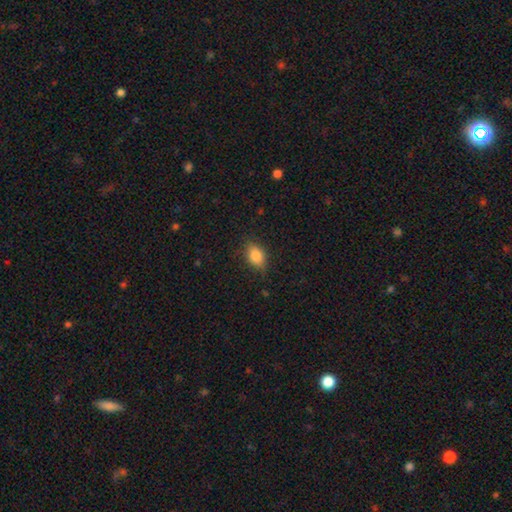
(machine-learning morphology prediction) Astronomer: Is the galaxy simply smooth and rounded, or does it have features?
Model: smooth — 84%.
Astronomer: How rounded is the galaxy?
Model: in between — 80%.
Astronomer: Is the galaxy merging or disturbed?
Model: none — 80%.